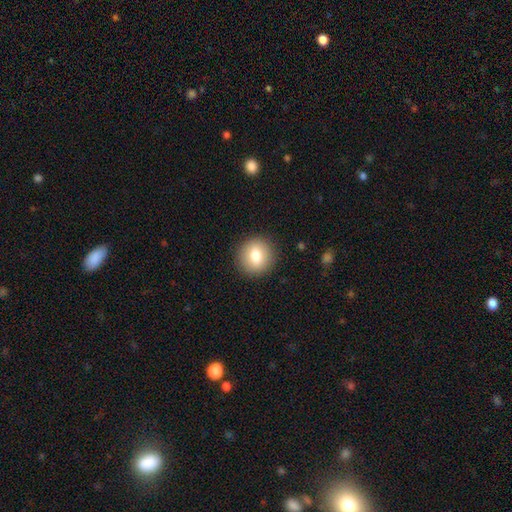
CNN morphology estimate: smooth_or_featured: smooth (p=0.78) [alt: featured or disk p=0.14]
how_rounded: round (p=0.89) [alt: in between p=0.10]
merging: none (p=0.90) [alt: minor disturbance p=0.06]